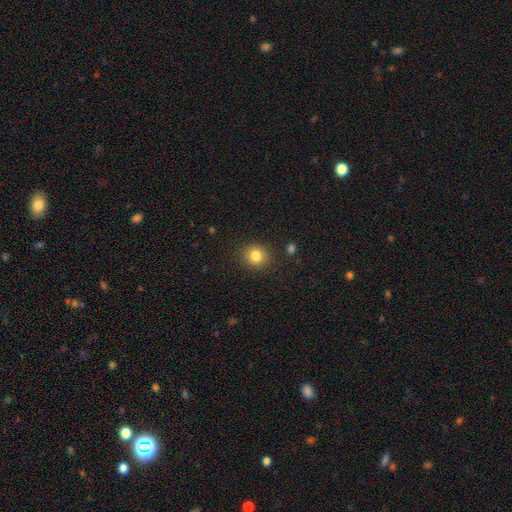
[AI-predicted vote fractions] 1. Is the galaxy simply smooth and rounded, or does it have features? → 82% smooth, 11% star or artifact, 7% featured or disk.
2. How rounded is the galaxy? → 82% round, 17% in between, 1% cigar-shaped.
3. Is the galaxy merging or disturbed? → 88% none, 8% minor disturbance, 3% major disturbance, 2% merger.